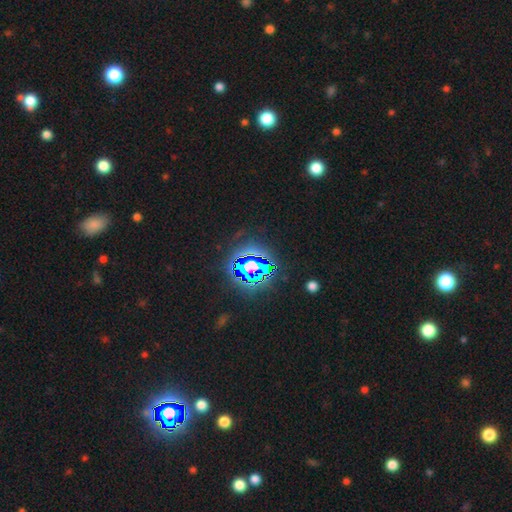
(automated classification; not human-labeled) A star or artifact, not a galaxy (75%).

Vote fractions:
- Smooth or featured? star or artifact: 75% / smooth: 13% / featured or disk: 12%